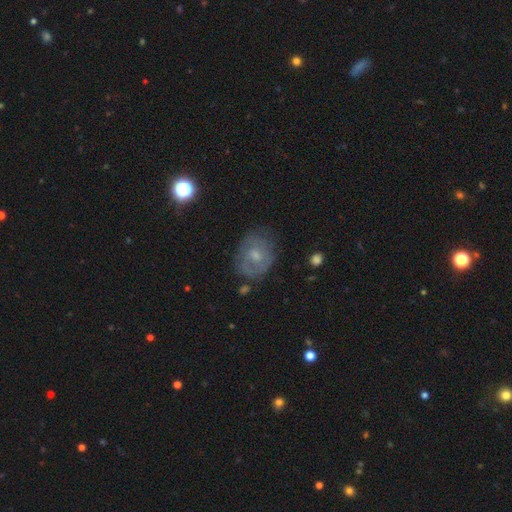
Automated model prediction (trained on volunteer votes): A featured or disk galaxy (54%) with no bar (71%), spiral arms (63%) and a moderate central bulge (47%). Merging: none (68%).